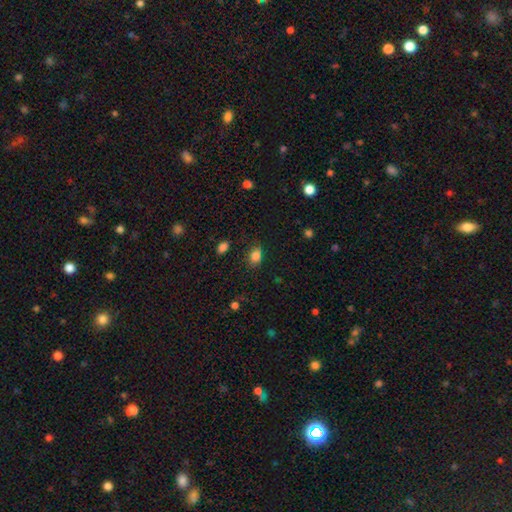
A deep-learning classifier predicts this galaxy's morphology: The model was most divided on "how rounded": in between: 74%, round: 25%, cigar-shaped: 1%. More confident: smooth or featured — smooth (83%); merging — none (72%).